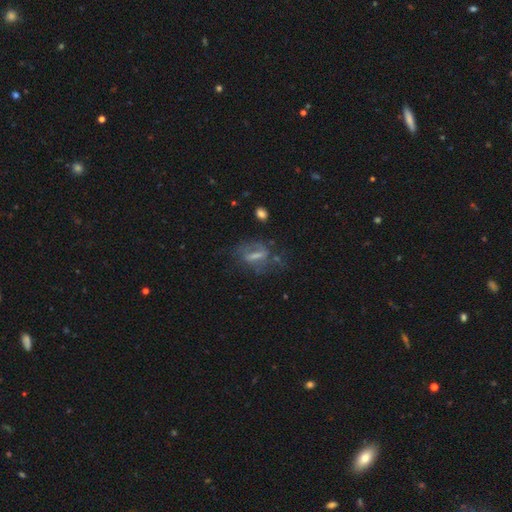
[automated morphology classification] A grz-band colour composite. It shows a featured or disk galaxy (50%). Merging: none (52%).